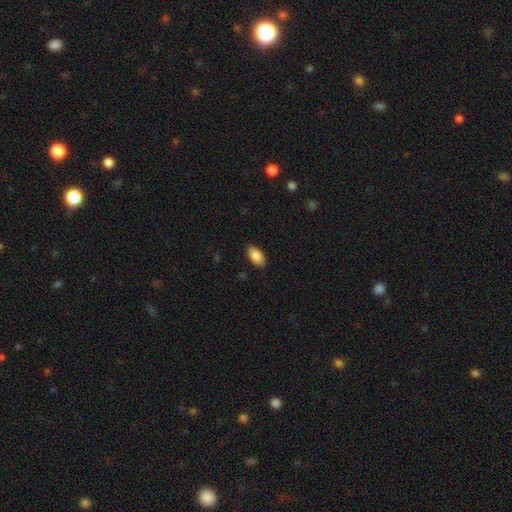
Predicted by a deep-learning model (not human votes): Smooth or featured?
  - smooth: 87% *
  - star or artifact: 7%
  - featured or disk: 7%
How rounded?
  - in between: 93% *
  - round: 4%
  - cigar-shaped: 3%
Merging?
  - none: 86% *
  - minor disturbance: 11%
  - major disturbance: 2%
  - merger: 1%